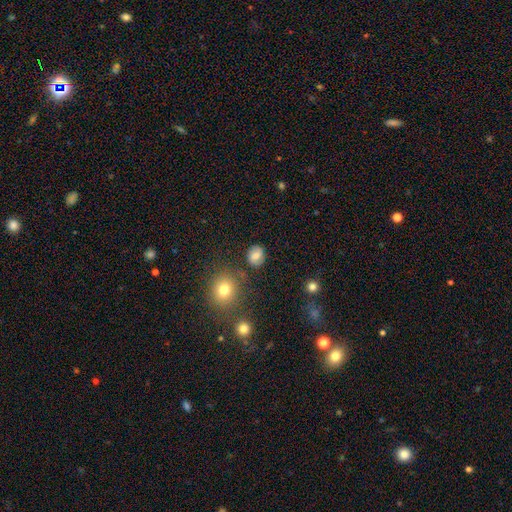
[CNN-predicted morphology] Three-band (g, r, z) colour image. It shows a smooth galaxy with no disk features (71%) that is round (65%). Merging: none (81%).